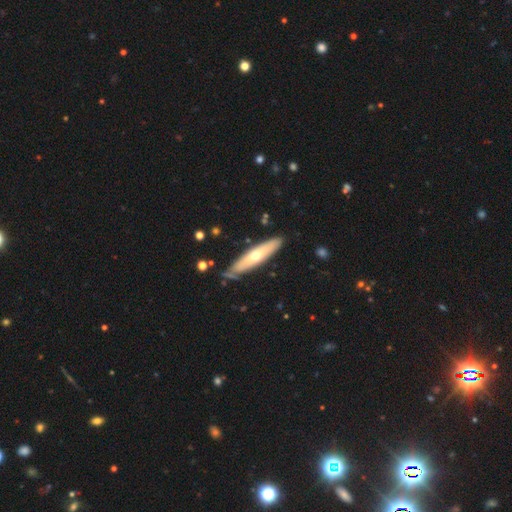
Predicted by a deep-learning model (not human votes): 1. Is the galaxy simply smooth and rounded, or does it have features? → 49% featured or disk, 46% smooth, 5% star or artifact.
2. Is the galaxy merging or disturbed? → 78% none, 16% minor disturbance, 3% major disturbance, 3% merger.